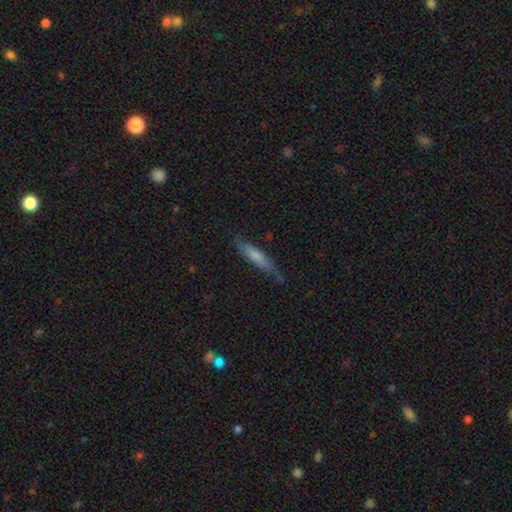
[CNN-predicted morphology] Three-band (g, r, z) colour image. It shows a smooth galaxy with no disk features (54%) that is cigar-shaped (89%). Merging: none (75%).